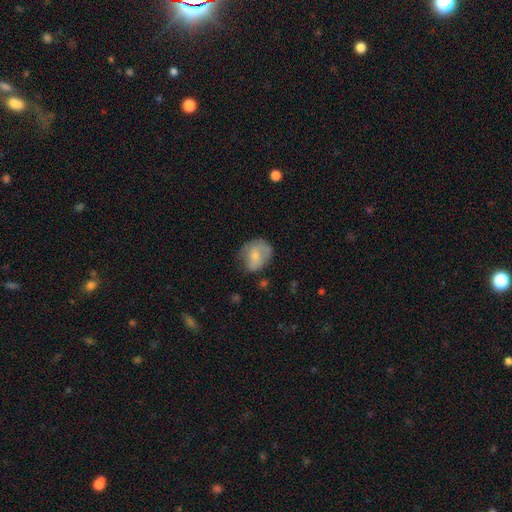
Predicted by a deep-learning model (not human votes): smooth_or_featured: smooth (p=0.65) [alt: featured or disk p=0.28]
how_rounded: round (p=0.55) [alt: in between p=0.44]
merging: none (p=0.53) [alt: minor disturbance p=0.31]